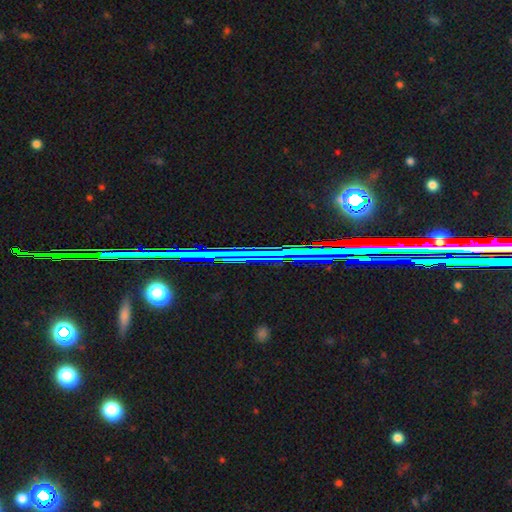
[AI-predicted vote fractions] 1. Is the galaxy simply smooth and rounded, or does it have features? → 73% star or artifact, 15% featured or disk, 12% smooth.